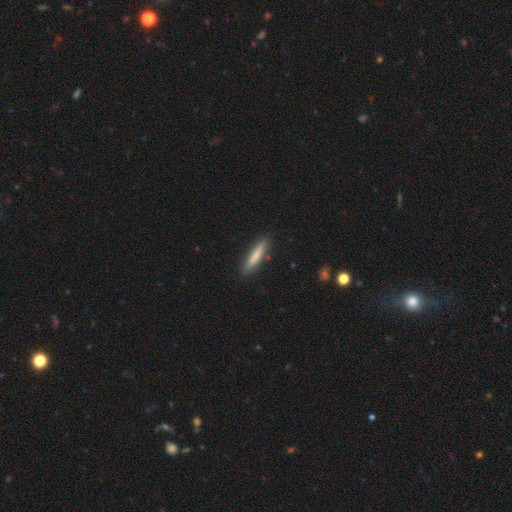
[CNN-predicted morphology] type=smooth (79%); roundness=cigar-shaped (87%); merging=none (88%).